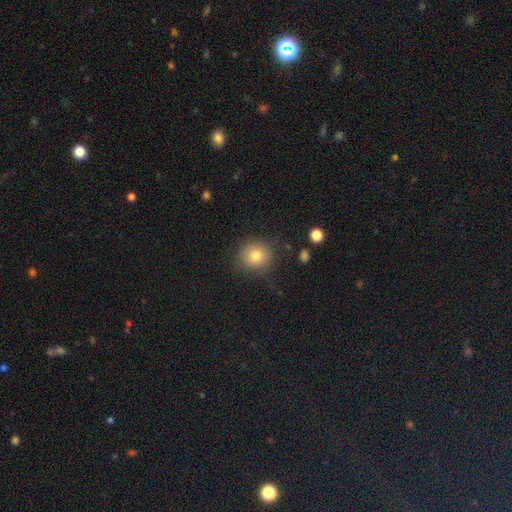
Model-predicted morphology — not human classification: Q: Smooth or featured?
A: smooth (79%); runner-up: star or artifact (11%)
Q: How rounded?
A: round (83%); runner-up: in between (16%)
Q: Merging?
A: none (79%); runner-up: minor disturbance (14%)